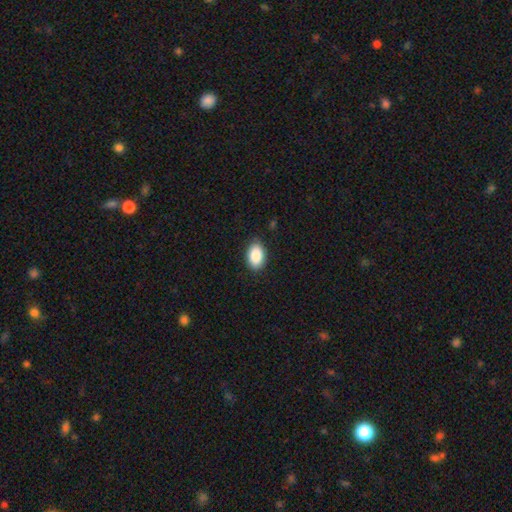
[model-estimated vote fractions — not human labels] smooth-or-featured: smooth: 89% | star or artifact: 7% | featured or disk: 5%
  how-rounded: in between: 91% | round: 7% | cigar-shaped: 1%
  merging: none: 87% | minor disturbance: 10% | major disturbance: 2% | merger: 1%